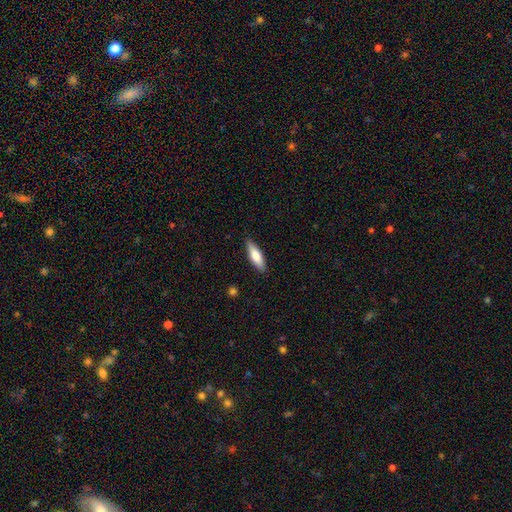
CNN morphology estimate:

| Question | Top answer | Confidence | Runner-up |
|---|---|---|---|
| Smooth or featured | smooth | 74% | featured or disk (20%) |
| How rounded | cigar-shaped | 54% | in between (44%) |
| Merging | none | 87% | minor disturbance (10%) |